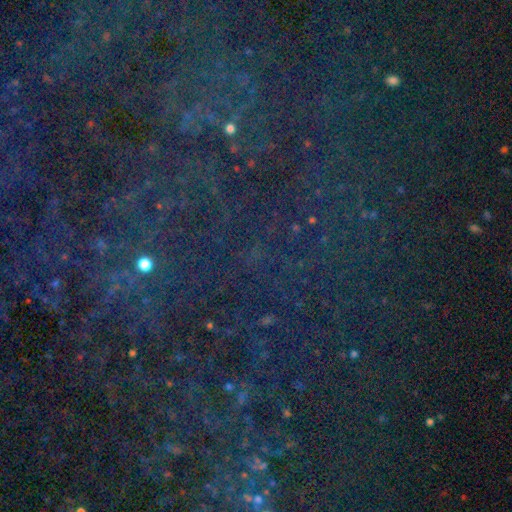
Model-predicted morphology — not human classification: type=star or artifact (82%).